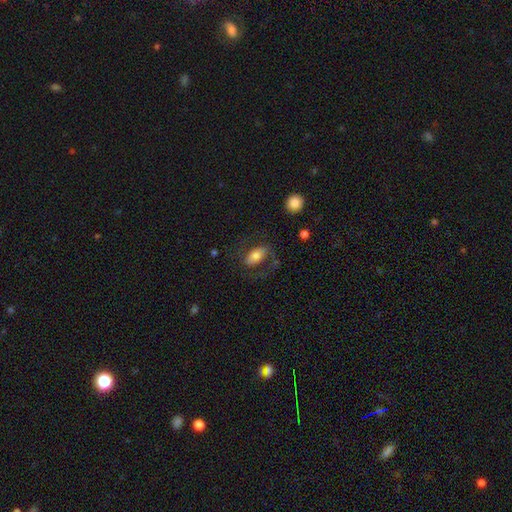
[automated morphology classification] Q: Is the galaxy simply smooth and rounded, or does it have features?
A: smooth — 58%.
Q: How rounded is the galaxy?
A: in between — 89%.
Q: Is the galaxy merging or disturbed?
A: none — 63%.